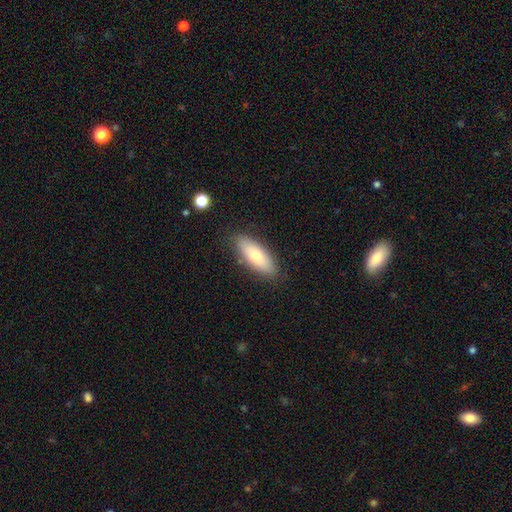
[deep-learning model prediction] Smooth or featured?
  - smooth: 73% *
  - featured or disk: 20%
  - star or artifact: 6%
How rounded?
  - in between: 69% *
  - cigar-shaped: 29%
  - round: 2%
Merging?
  - none: 84% *
  - minor disturbance: 12%
  - major disturbance: 3%
  - merger: 2%